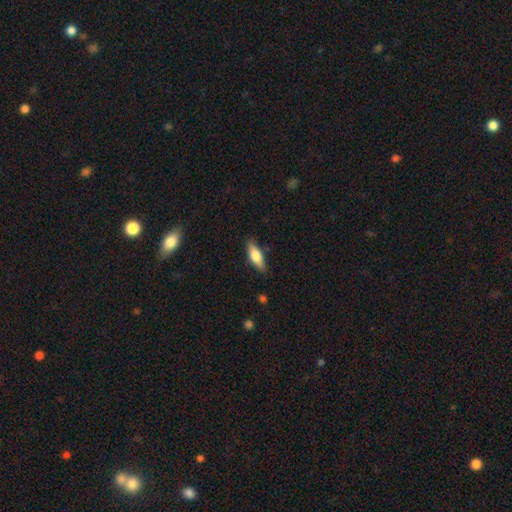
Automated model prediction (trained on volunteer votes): A smooth galaxy with no disk features (65%) that is in between round and cigar-shaped (62%).

Vote fractions:
- Smooth or featured? smooth: 65% / featured or disk: 29% / star or artifact: 6%
- How rounded? in between: 62% / cigar-shaped: 36% / round: 3%
- Merging? none: 83% / minor disturbance: 13% / major disturbance: 3% / merger: 2%